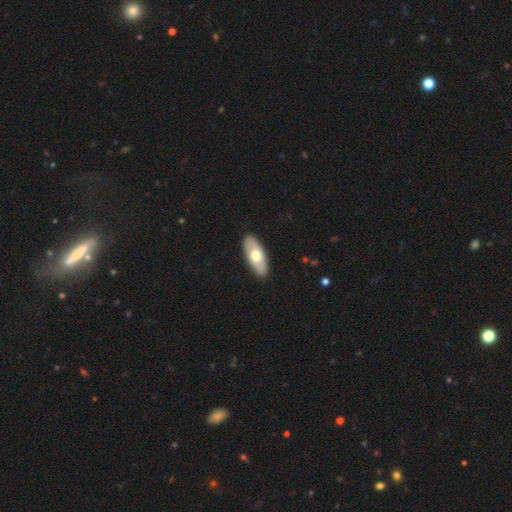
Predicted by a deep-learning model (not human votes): The model was most divided on "smooth or featured": smooth: 62%, featured or disk: 34%, star or artifact: 5%. More confident: merging — none (90%); how rounded — in between (83%).